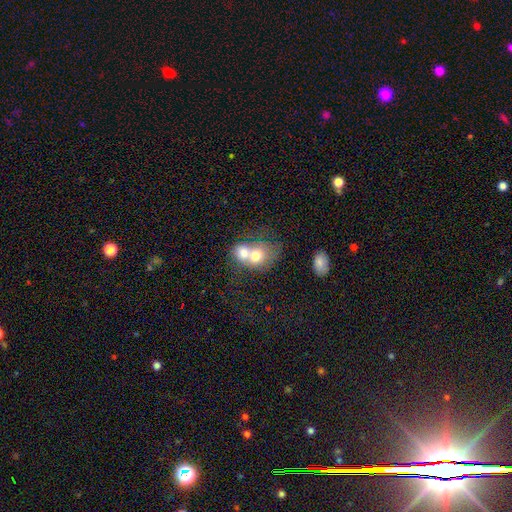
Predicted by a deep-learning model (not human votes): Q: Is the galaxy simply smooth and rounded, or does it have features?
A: smooth — 67%.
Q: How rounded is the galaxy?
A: round — 59%.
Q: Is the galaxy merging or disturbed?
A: merger — 78%.